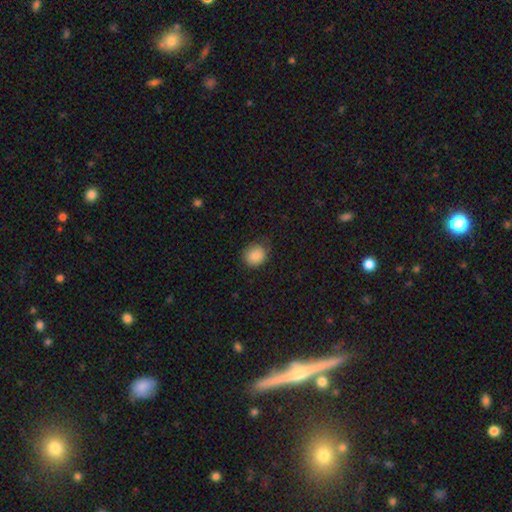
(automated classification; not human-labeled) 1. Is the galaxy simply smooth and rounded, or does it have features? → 88% smooth, 8% star or artifact, 4% featured or disk.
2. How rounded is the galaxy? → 77% round, 22% in between, 1% cigar-shaped.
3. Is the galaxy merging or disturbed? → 76% none, 19% minor disturbance, 5% major disturbance, 1% merger.